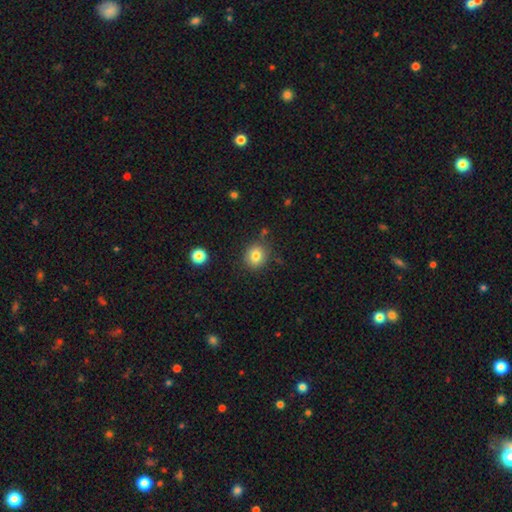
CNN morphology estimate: smooth_or_featured: smooth (p=0.80) [alt: star or artifact p=0.12]
how_rounded: round (p=0.84) [alt: in between p=0.15]
merging: none (p=0.83) [alt: minor disturbance p=0.10]